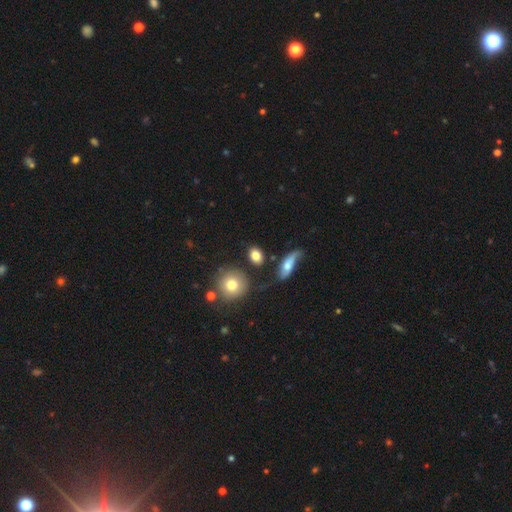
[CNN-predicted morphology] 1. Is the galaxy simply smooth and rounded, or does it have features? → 80% smooth, 11% featured or disk, 9% star or artifact.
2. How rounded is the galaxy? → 66% in between, 30% round, 4% cigar-shaped.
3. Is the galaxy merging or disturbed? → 75% none, 12% minor disturbance, 8% merger, 5% major disturbance.